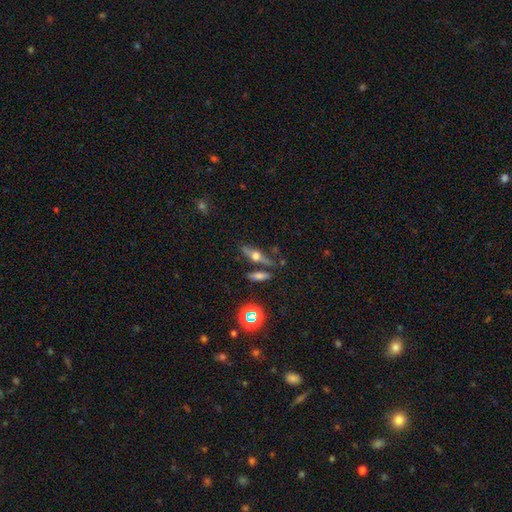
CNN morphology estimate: The model was most divided on "smooth or featured": featured or disk: 53%, smooth: 34%, star or artifact: 13%. More confident: edge-on disk — yes (88%); merging — none (71%).